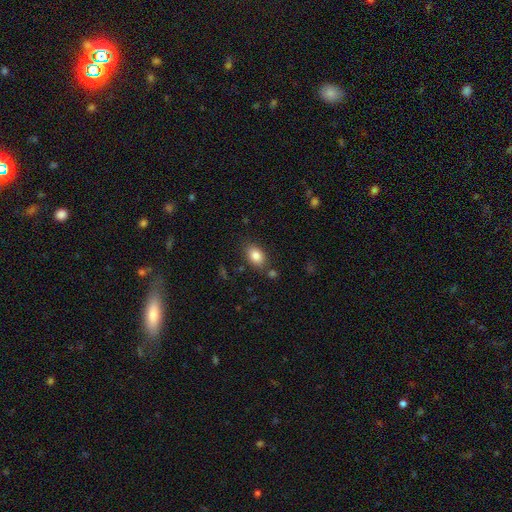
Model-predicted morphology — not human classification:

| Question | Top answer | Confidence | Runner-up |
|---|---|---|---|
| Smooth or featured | smooth | 84% | star or artifact (8%) |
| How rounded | in between | 84% | round (15%) |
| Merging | none | 78% | minor disturbance (13%) |